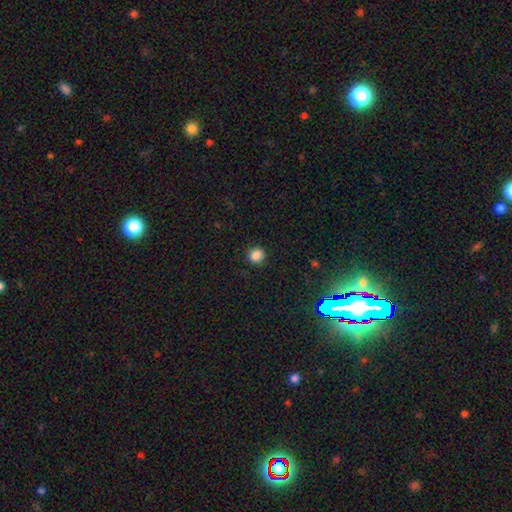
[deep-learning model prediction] smooth 85%, star or artifact 11%, featured or disk 4%. Down the decision tree: how rounded — round (92%); merging — none (90%).